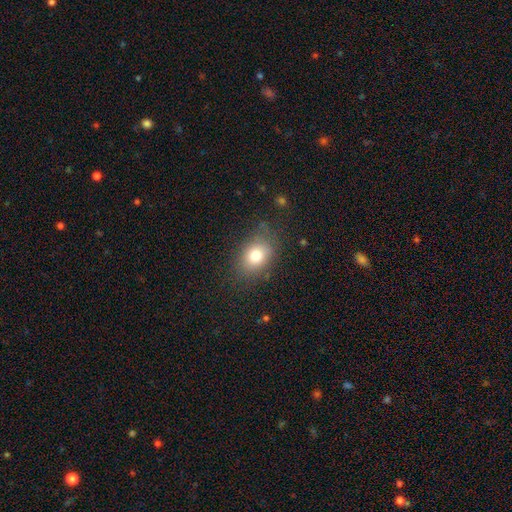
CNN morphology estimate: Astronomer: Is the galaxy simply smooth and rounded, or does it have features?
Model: smooth — 77%.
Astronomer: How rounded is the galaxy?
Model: in between — 62%.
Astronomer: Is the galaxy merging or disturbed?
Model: none — 76%.